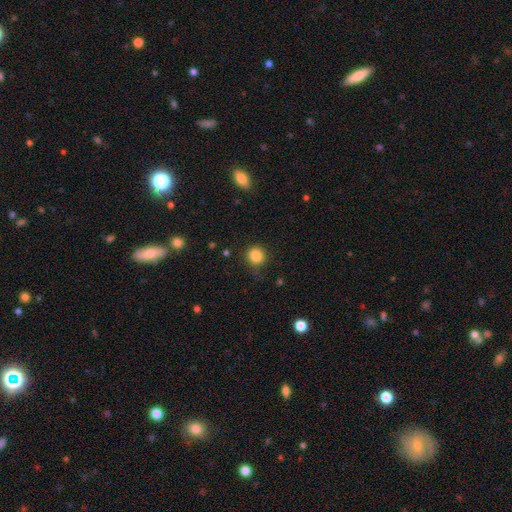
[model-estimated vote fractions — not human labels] Smooth or featured: smooth — 86% (star or artifact — 11%)
How rounded: round — 83% (in between — 16%)
Merging: none — 77% (minor disturbance — 16%)